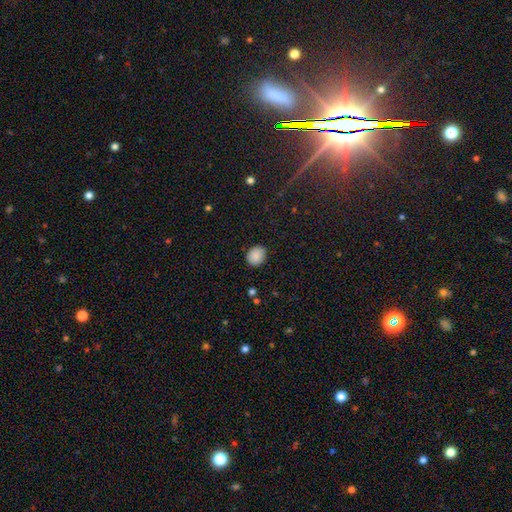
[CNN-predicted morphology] Q: Smooth or featured?
A: smooth (88%); runner-up: star or artifact (8%)
Q: How rounded?
A: round (54%); runner-up: in between (45%)
Q: Merging?
A: none (87%); runner-up: minor disturbance (10%)